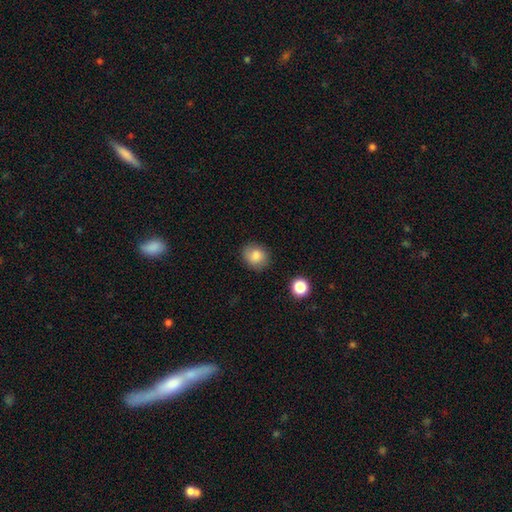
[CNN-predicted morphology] This is clearly a smooth galaxy (82%). How rounded: likely round (72%). Merging: clearly none (81%).